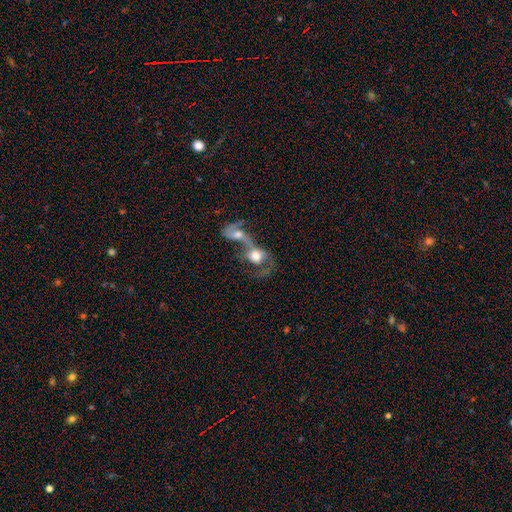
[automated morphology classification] smooth-or-featured: featured or disk: 48% | smooth: 44% | star or artifact: 8%
  merging: merger: 81% | major disturbance: 9% | none: 7% | minor disturbance: 4%